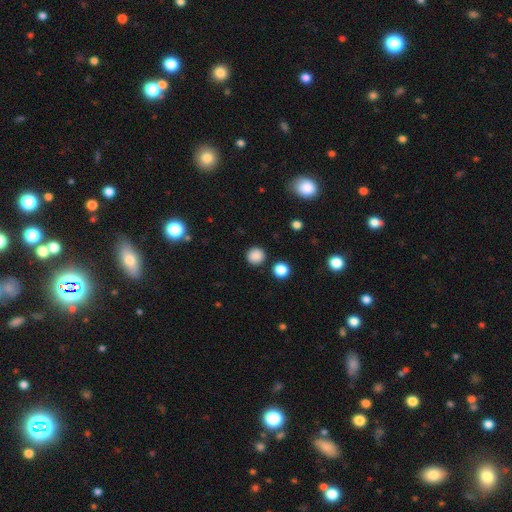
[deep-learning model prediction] smooth 86%, star or artifact 11%, featured or disk 3%. Down the decision tree: how rounded — round (93%); merging — none (89%).